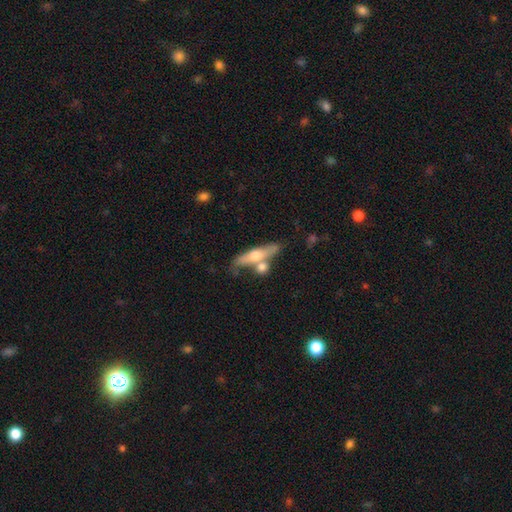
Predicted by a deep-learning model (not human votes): Overall: featured or disk (51%; smooth 42%). Edge-on disk: yes (84%). Merging: none (54%; merger 26%).